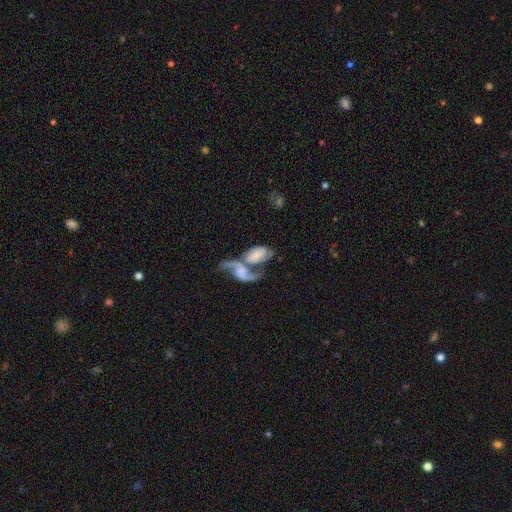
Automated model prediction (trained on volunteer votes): A featured or disk galaxy (67%) with no bar (55%), 2 (74%) loose (68%) spiral arms (86%) and a small central bulge (43%). Merging: merger (72%).